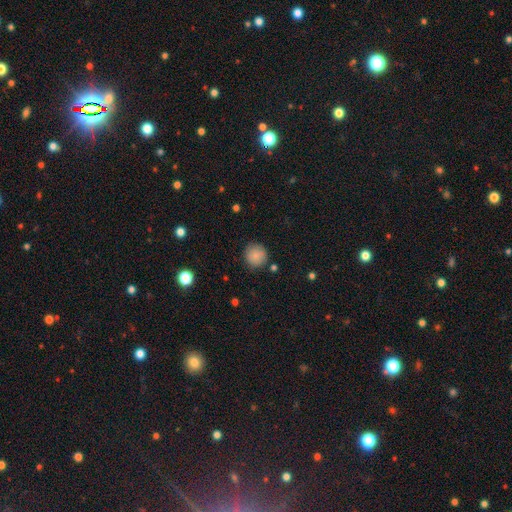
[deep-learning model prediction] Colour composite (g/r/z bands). It shows a smooth galaxy with no disk features (85%) that is round (94%). Merging: none (87%).